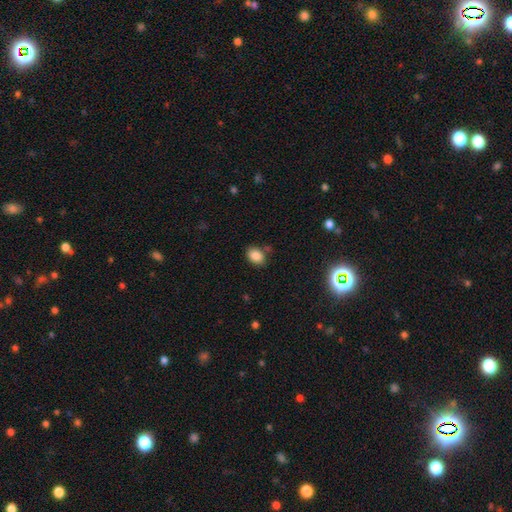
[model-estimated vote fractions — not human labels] Smooth or featured: smooth — 85% (star or artifact — 9%)
How rounded: in between — 72% (round — 26%)
Merging: none — 76% (minor disturbance — 14%)